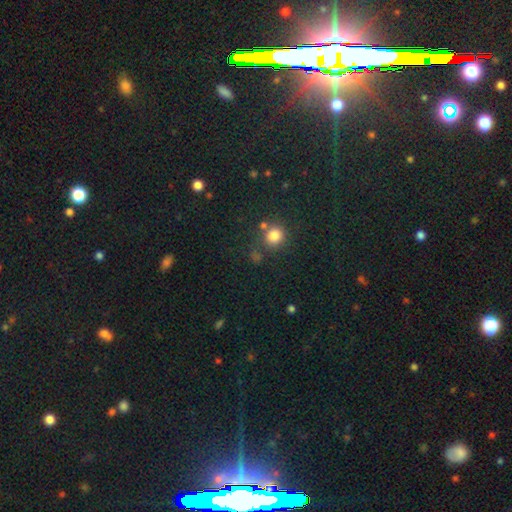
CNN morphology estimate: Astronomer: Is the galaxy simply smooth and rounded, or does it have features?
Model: smooth — 70%.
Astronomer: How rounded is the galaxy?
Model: round — 90%.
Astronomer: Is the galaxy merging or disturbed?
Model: none — 76%.